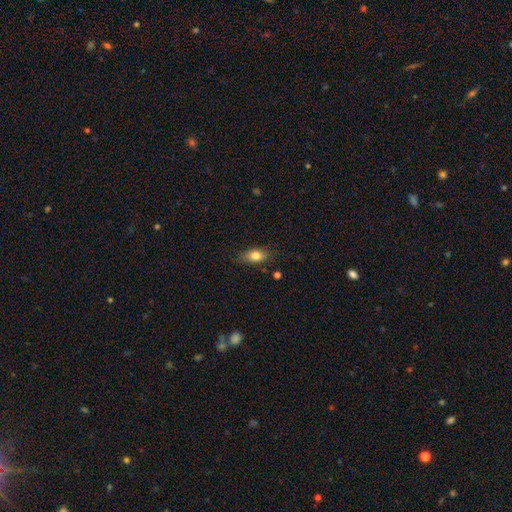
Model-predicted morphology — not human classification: Q: Smooth or featured?
A: smooth (79%); runner-up: featured or disk (12%)
Q: How rounded?
A: in between (84%); runner-up: cigar-shaped (9%)
Q: Merging?
A: none (80%); runner-up: minor disturbance (15%)